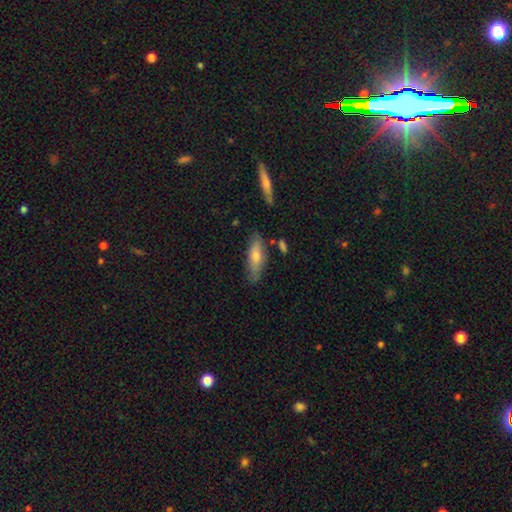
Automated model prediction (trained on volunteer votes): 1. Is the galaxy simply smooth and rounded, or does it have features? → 62% smooth, 32% featured or disk, 7% star or artifact.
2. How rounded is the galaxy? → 49% cigar-shaped (tied), 49% in between (tied), 2% round.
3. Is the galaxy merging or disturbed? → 78% none, 16% minor disturbance, 3% merger, 3% major disturbance.